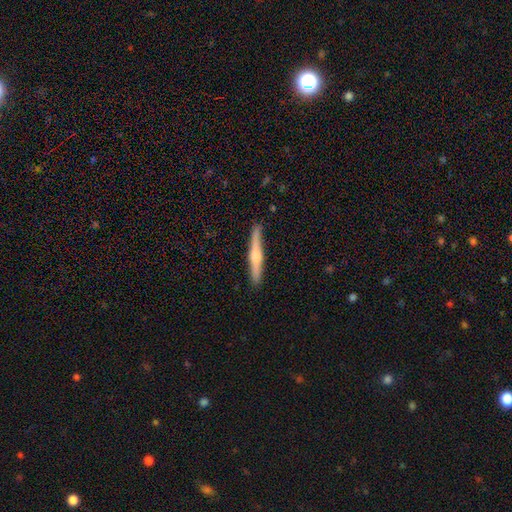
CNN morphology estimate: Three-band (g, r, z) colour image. It shows a featured or disk galaxy (61%) viewed edge-on (97%) with a rounded central bulge (83%). Merging: none (88%).